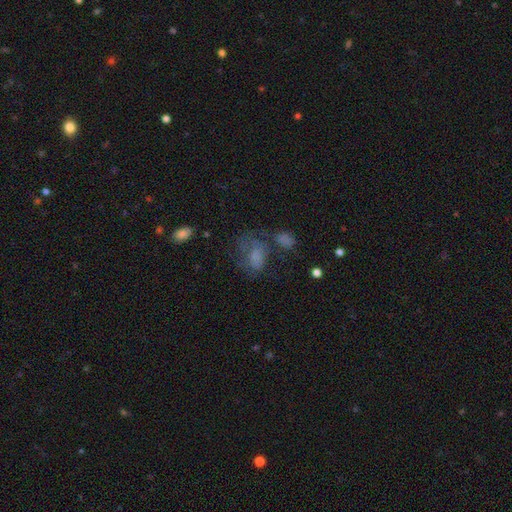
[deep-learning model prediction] This is possibly a smooth galaxy (57%). How rounded: likely in between (74%). Merging: marginally none (33%).